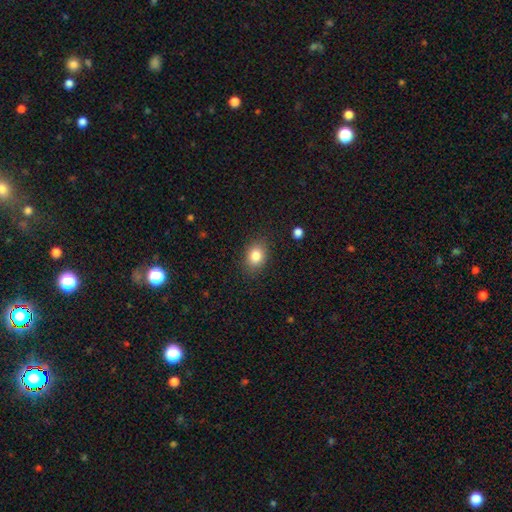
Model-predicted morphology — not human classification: Smooth or featured: smooth — 84% (star or artifact — 9%)
How rounded: in between — 63% (round — 36%)
Merging: none — 85% (minor disturbance — 11%)